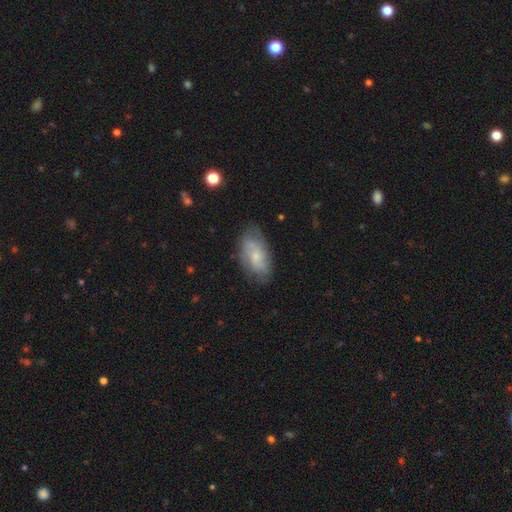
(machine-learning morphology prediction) Smooth or featured? Predicted: featured or disk (p=0.47). Merging? Predicted: none (p=0.71).